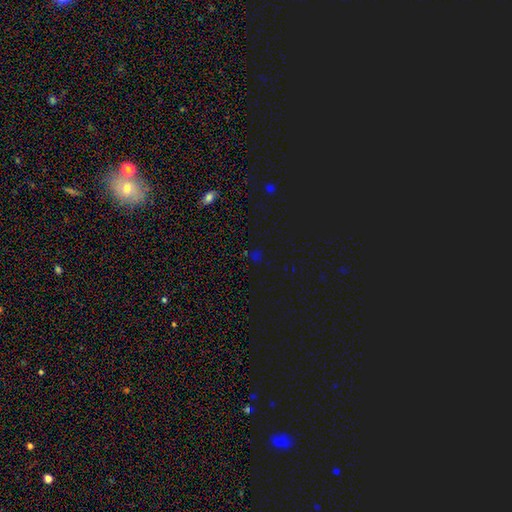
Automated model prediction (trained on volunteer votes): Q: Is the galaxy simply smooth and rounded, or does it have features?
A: star or artifact — 66%.